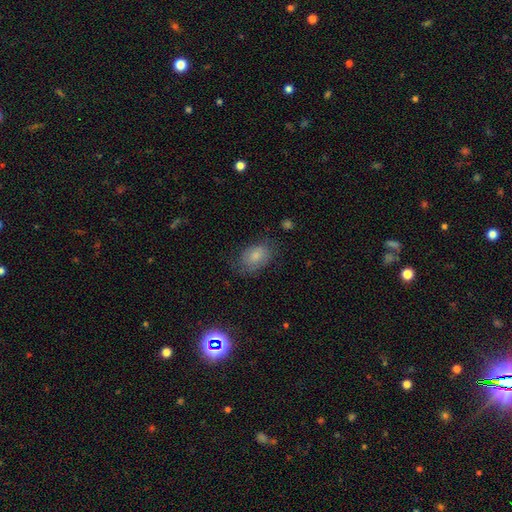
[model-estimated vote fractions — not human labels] smooth_or_featured: smooth (p=0.70) [alt: featured or disk p=0.20]
how_rounded: in between (p=0.81) [alt: round p=0.18]
merging: none (p=0.65) [alt: minor disturbance p=0.24]